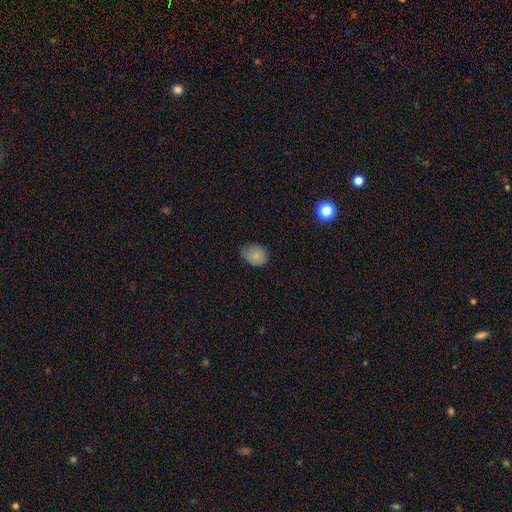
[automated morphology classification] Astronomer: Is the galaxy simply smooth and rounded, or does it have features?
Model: smooth — 82%.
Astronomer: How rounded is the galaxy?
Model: round — 50% (runner-up: in between, 49%).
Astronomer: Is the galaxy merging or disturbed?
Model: none — 60%.